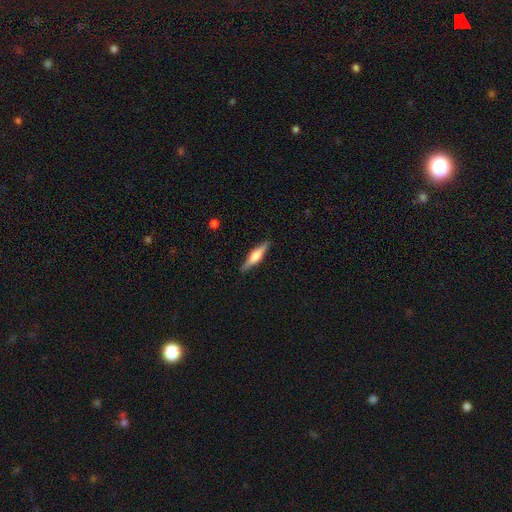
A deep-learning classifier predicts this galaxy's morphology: The model was most divided on "smooth or featured": featured or disk: 61%, smooth: 33%, star or artifact: 6%. More confident: edge-on disk — yes (97%); merging — none (89%); edge-on bulge — rounded (83%).